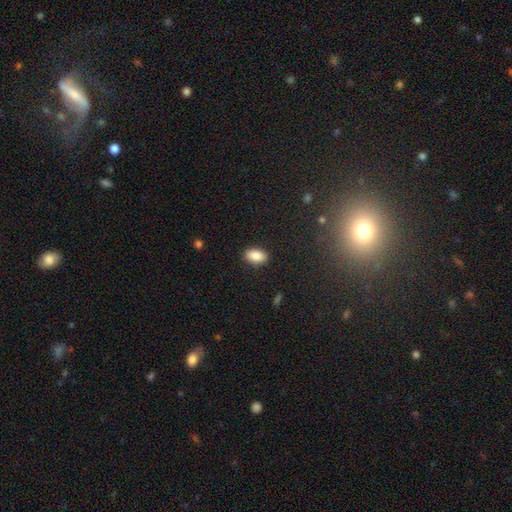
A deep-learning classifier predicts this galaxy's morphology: smooth-or-featured: smooth: 87% | star or artifact: 7% | featured or disk: 5%
  how-rounded: in between: 92% | round: 6% | cigar-shaped: 2%
  merging: none: 89% | minor disturbance: 8% | major disturbance: 2% | merger: 1%